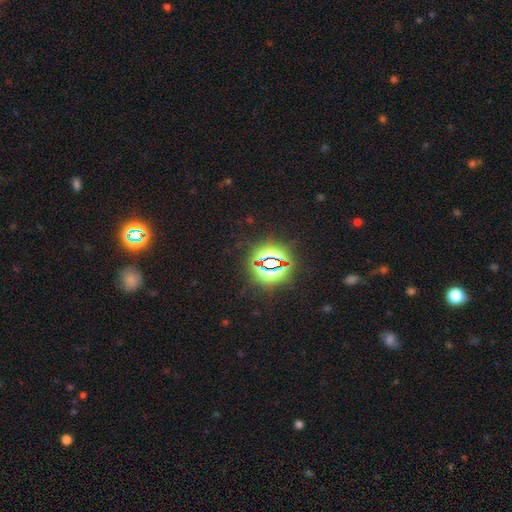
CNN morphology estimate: Smooth or featured? star or artifact (80%)